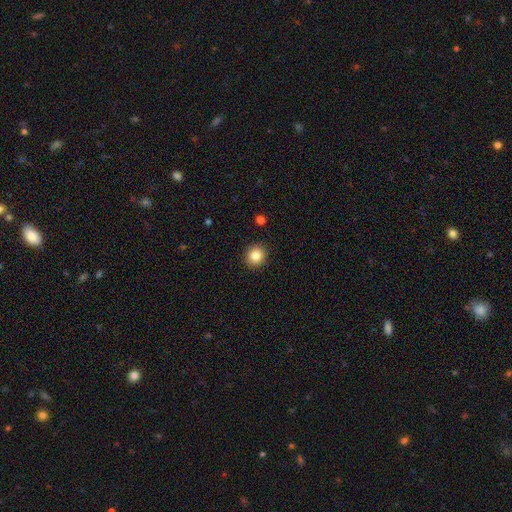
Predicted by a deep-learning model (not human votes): Morphology: type=smooth (84%); roundness=round (88%); merging=none (91%).